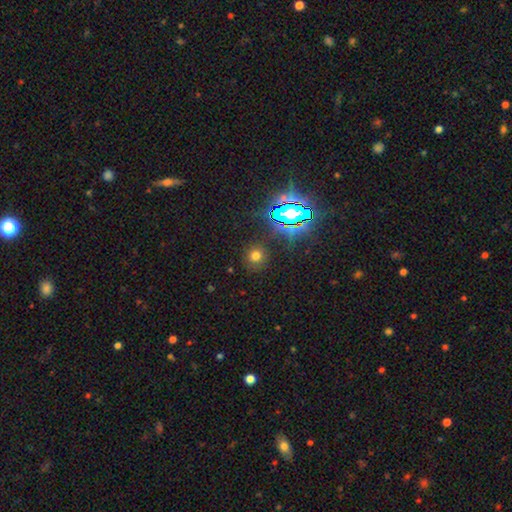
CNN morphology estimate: A smooth galaxy with no disk features (65%) that is round (89%).

Vote fractions:
- Smooth or featured? smooth: 65% / star or artifact: 27% / featured or disk: 7%
- How rounded? round: 89% / in between: 10% / cigar-shaped: 1%
- Merging? none: 87% / minor disturbance: 8% / major disturbance: 3% / merger: 2%